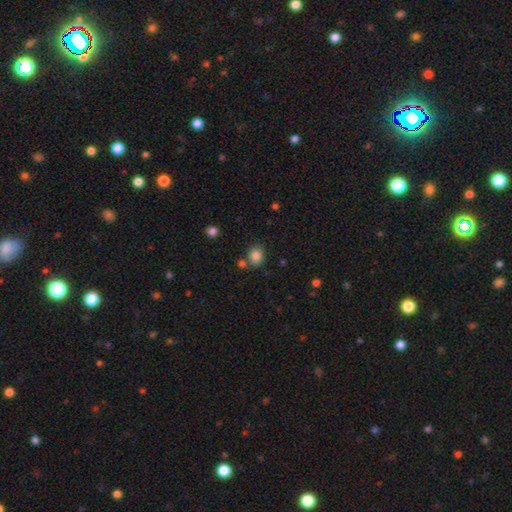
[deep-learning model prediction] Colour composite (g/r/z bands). It shows a smooth galaxy with no disk features (84%) that is round (59%). Merging: none (69%).